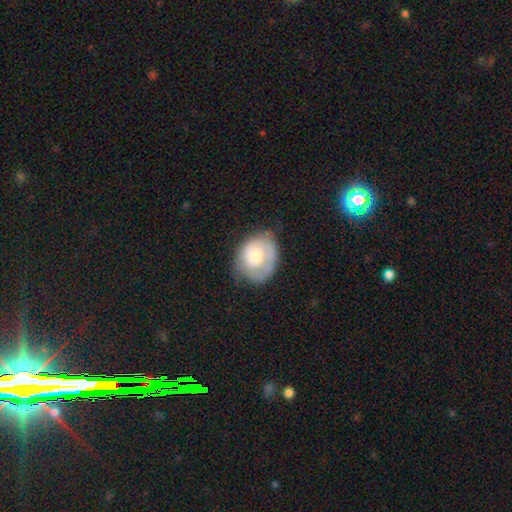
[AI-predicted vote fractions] The model was most divided on "how rounded": in between: 50%, round: 49%, cigar-shaped: 1%. More confident: merging — none (55%); smooth or featured — smooth (55%).